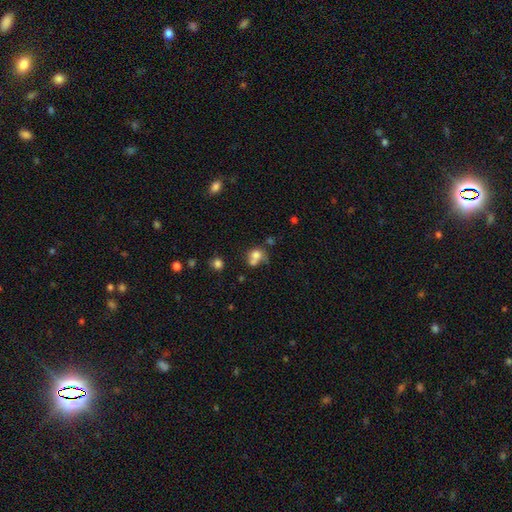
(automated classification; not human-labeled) This is likely a smooth galaxy (73%). How rounded: likely round (64%). Merging: possibly merger (49%).